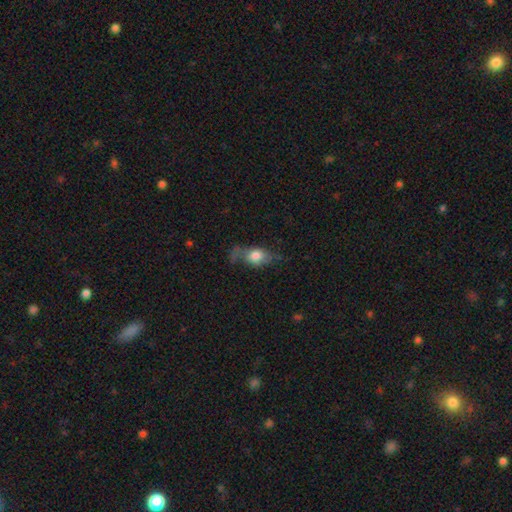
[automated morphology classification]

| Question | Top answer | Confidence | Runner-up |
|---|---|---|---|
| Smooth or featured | smooth | 63% | featured or disk (29%) |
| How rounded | in between | 71% | round (22%) |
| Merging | none | 40% | minor disturbance (29%) |